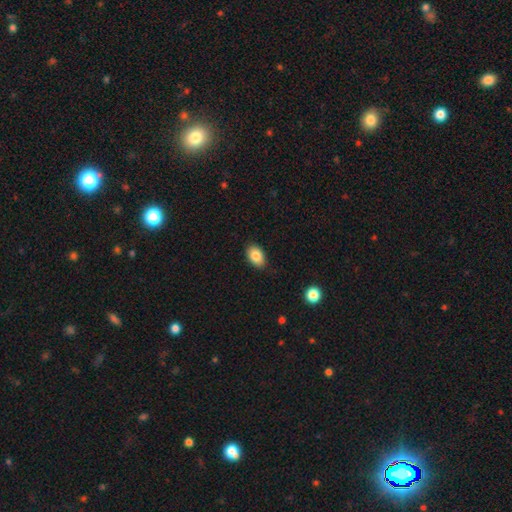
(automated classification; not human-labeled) Smooth or featured?
  - smooth: 85% *
  - star or artifact: 8%
  - featured or disk: 7%
How rounded?
  - in between: 86% *
  - round: 13%
  - cigar-shaped: 1%
Merging?
  - none: 84% *
  - minor disturbance: 12%
  - major disturbance: 2%
  - merger: 1%